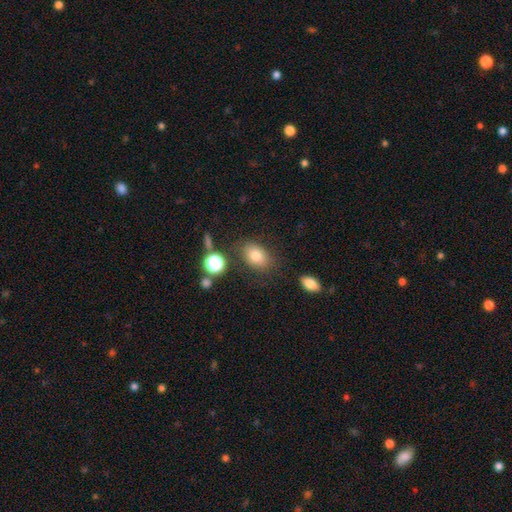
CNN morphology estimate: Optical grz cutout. It shows a smooth galaxy with no disk features (79%) that is in between round and cigar-shaped (78%). Merging: none (78%).